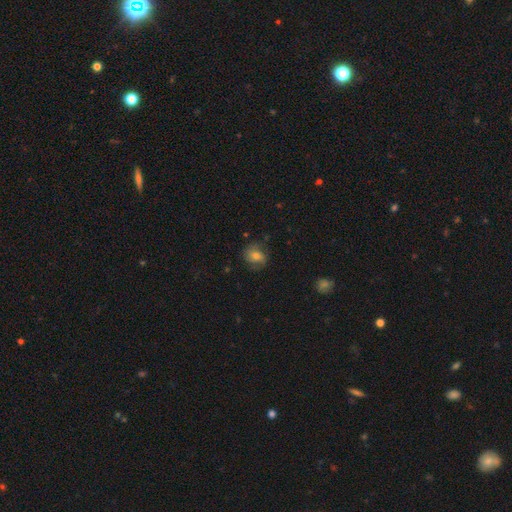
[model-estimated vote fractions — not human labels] smooth_or_featured: smooth (p=0.54) [alt: featured or disk p=0.35]
how_rounded: round (p=0.61) [alt: in between p=0.38]
merging: none (p=0.70) [alt: minor disturbance p=0.20]